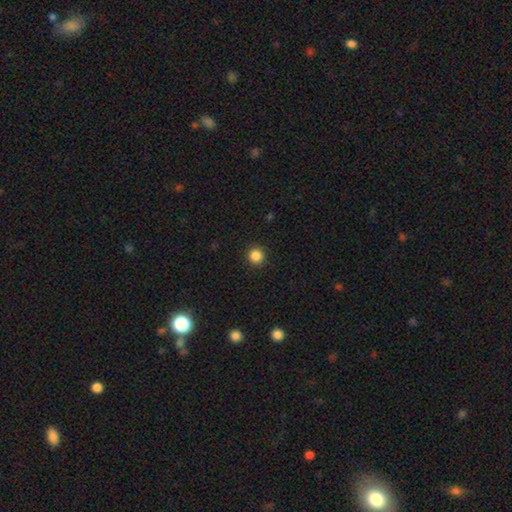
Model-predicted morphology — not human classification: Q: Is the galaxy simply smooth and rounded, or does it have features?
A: smooth — 86%.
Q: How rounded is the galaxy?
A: round — 94%.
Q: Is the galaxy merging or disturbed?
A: none — 92%.